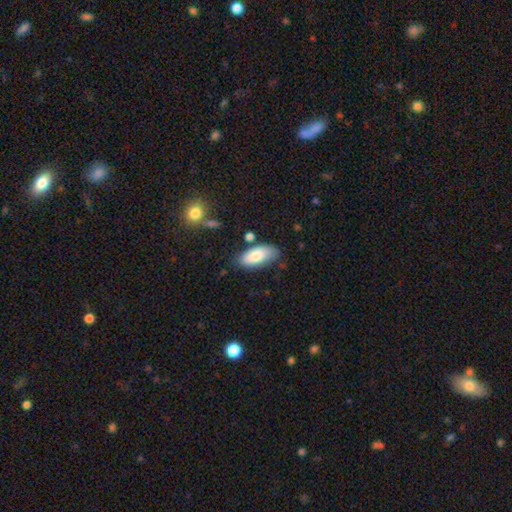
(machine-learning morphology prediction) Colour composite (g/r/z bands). It shows a smooth galaxy with no disk features (80%) that is in between round and cigar-shaped (87%). Merging: none (71%).